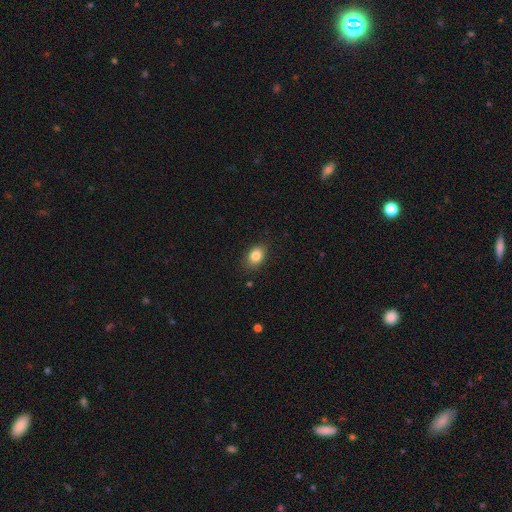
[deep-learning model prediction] smooth 83%, star or artifact 9%, featured or disk 7%. Down the decision tree: how rounded — in between (72%); merging — none (84%).